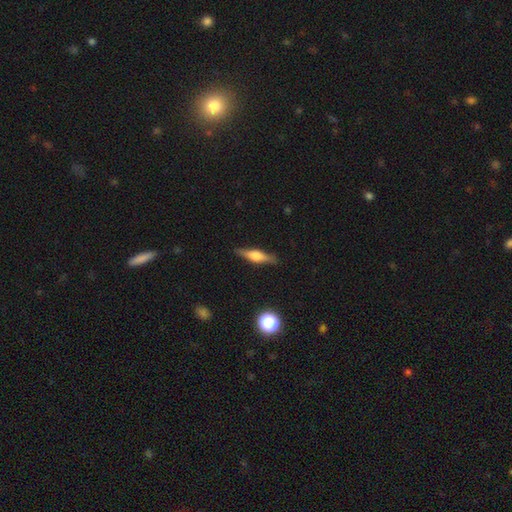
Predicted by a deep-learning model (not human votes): Overall: featured or disk (63%; smooth 30%). Edge-on disk: yes (96%). Edge-on bulge: rounded (83%). Merging: none (88%).